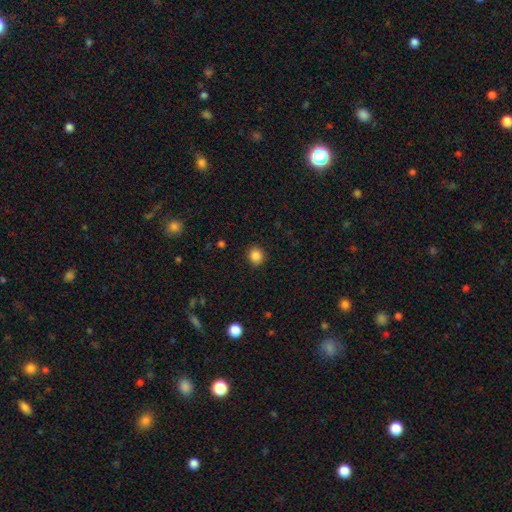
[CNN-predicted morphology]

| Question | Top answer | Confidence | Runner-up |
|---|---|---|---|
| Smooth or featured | smooth | 86% | star or artifact (11%) |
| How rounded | round | 88% | in between (11%) |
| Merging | none | 90% | minor disturbance (7%) |